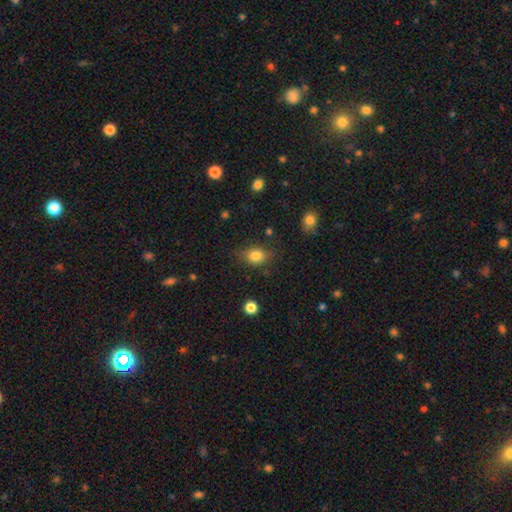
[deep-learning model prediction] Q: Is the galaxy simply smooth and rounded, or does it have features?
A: smooth — 82%.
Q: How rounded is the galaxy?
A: in between — 59%.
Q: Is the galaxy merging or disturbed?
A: none — 74%.